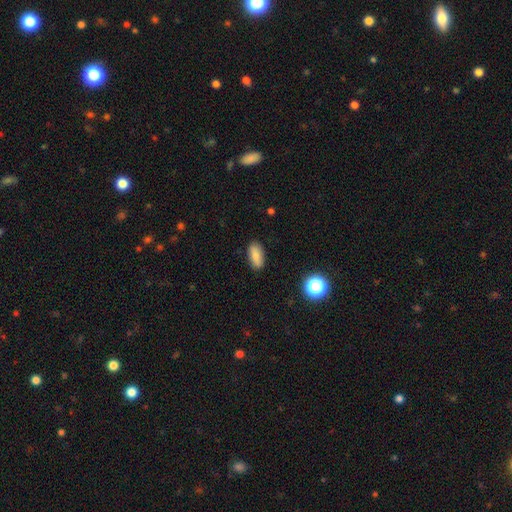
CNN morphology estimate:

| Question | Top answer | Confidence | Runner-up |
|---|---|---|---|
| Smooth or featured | smooth | 84% | star or artifact (9%) |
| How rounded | in between | 85% | cigar-shaped (11%) |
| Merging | none | 87% | minor disturbance (9%) |